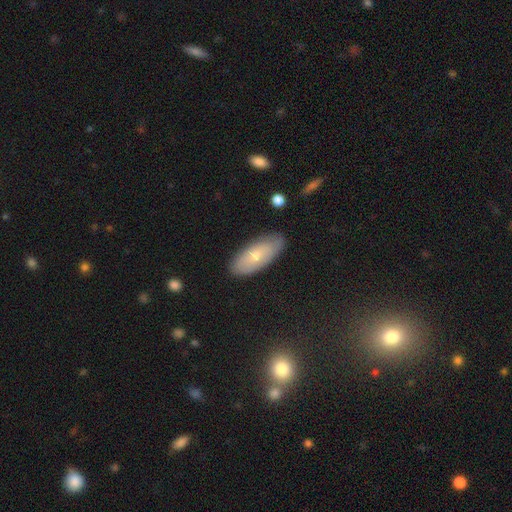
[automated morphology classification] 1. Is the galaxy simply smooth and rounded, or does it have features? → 67% smooth, 27% featured or disk, 7% star or artifact.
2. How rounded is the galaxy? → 85% in between, 13% cigar-shaped, 2% round.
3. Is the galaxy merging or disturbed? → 81% none, 15% minor disturbance, 3% major disturbance, 1% merger.